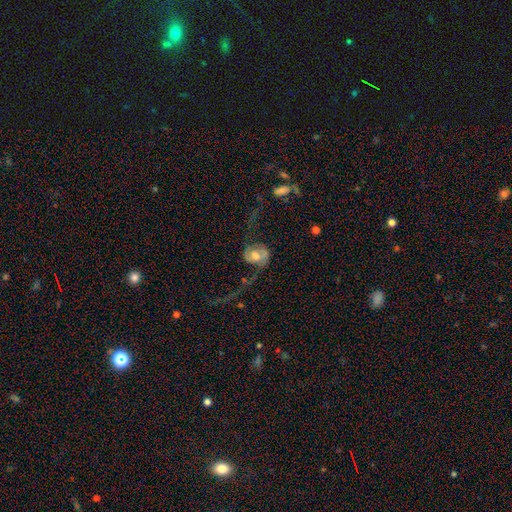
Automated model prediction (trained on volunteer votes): featured or disk 77%, smooth 16%, star or artifact 7%. Down the decision tree: edge-on disk — no (97%); bar — no (50%); spiral arms — yes (87%); spiral arm count — 2 (88%); spiral winding — loose (69%); bulge size — moderate (67%); merging — none (42%).